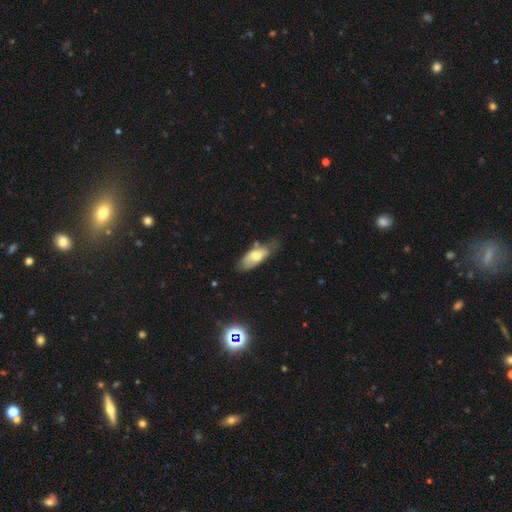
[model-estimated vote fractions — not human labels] This is likely a smooth galaxy (68%). How rounded: likely in between (77%). Merging: possibly none (51%).